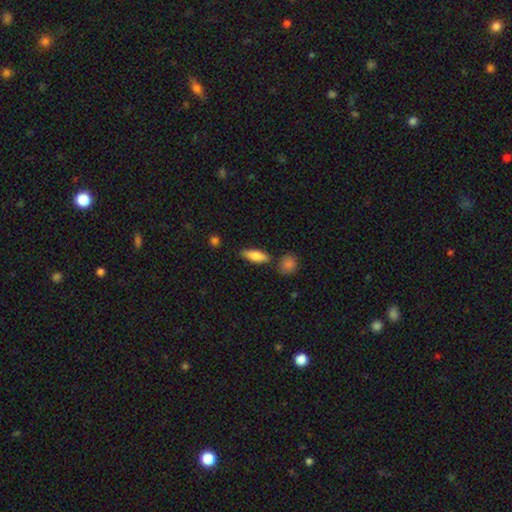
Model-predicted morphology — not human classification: A smooth galaxy with no disk features (79%) that is in between round and cigar-shaped (64%).

Vote fractions:
- Smooth or featured? smooth: 79% / featured or disk: 15% / star or artifact: 6%
- How rounded? in between: 64% / cigar-shaped: 34% / round: 3%
- Merging? none: 78% / minor disturbance: 13% / merger: 6% / major disturbance: 3%